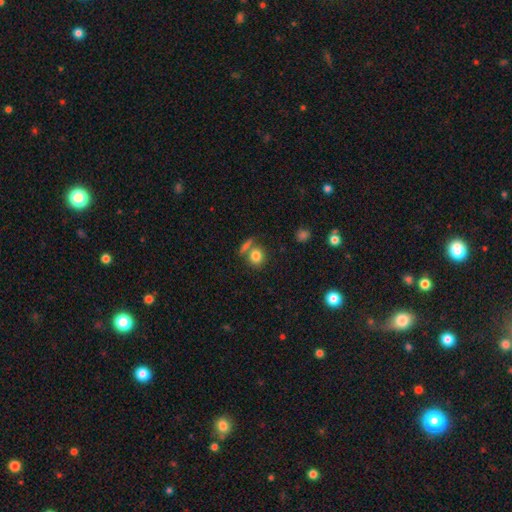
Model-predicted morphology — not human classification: Q: Smooth or featured?
A: smooth (82%); runner-up: star or artifact (10%)
Q: How rounded?
A: round (77%); runner-up: in between (21%)
Q: Merging?
A: none (63%); runner-up: merger (23%)